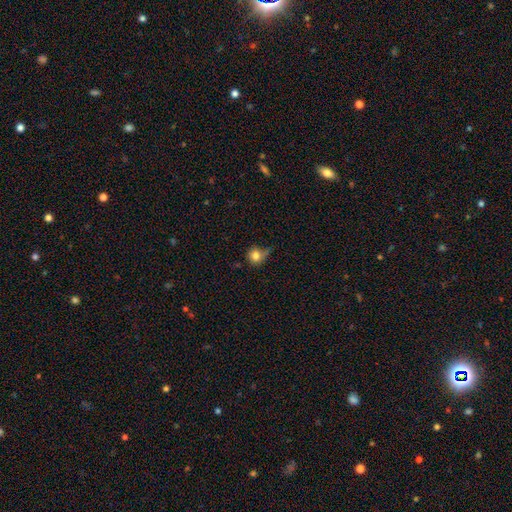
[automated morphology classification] The model was most divided on "merging": none: 47%, minor disturbance: 29%, major disturbance: 17%, merger: 7%. More confident: how rounded — round (85%); smooth or featured — smooth (79%).